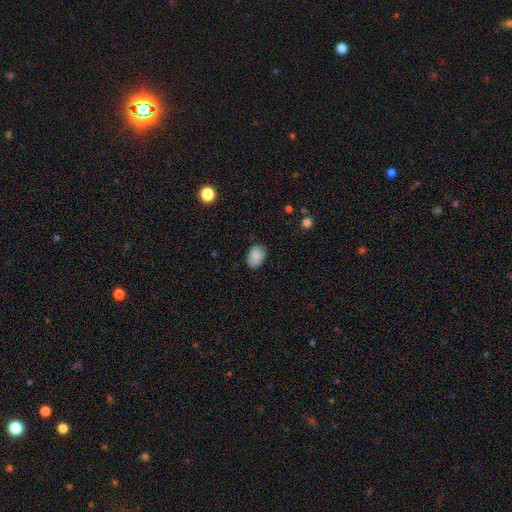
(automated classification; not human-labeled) Smooth or featured? Predicted: smooth (p=0.88). How rounded? Predicted: in between (p=0.83). Merging? Predicted: none (p=0.78).